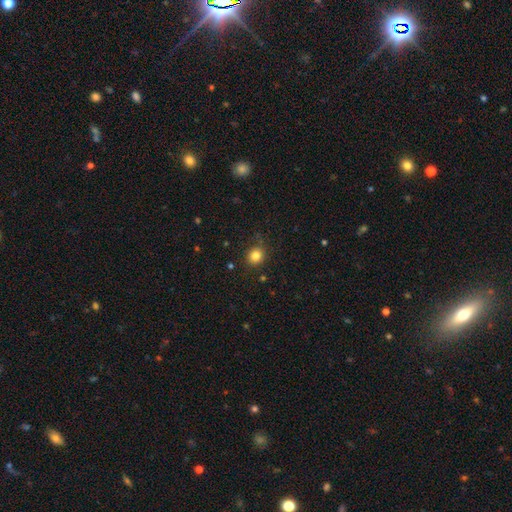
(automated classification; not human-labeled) A smooth galaxy with no disk features (83%) that is round (84%). Merging: none (85%).